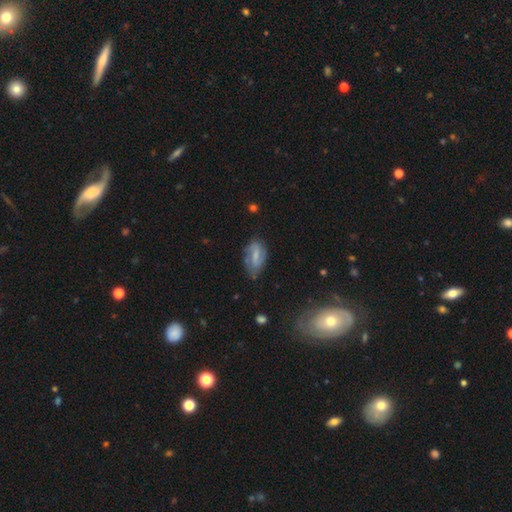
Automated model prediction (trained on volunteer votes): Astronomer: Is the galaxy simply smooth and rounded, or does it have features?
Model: featured or disk — 51% (runner-up: smooth, 41%).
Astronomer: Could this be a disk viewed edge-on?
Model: no — 94%.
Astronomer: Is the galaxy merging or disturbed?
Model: none — 62%.